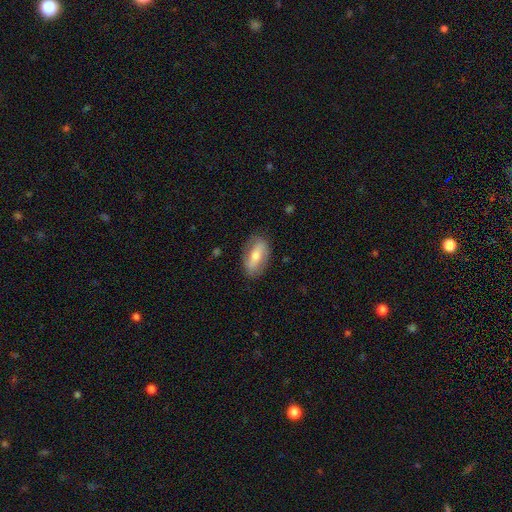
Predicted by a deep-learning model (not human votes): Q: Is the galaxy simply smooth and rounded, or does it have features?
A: smooth — 52%.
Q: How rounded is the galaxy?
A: in between — 87%.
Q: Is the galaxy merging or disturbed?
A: none — 80%.